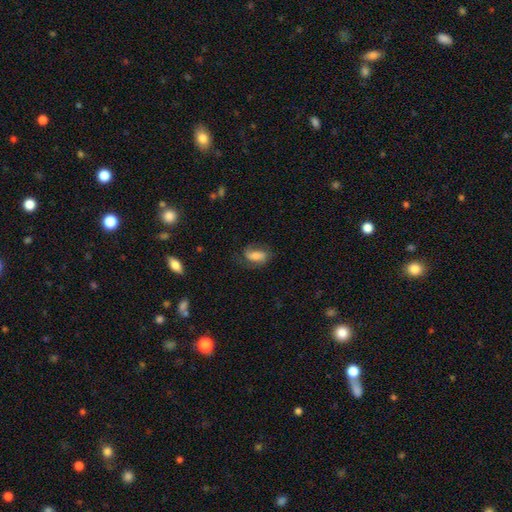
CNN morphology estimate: Overall: smooth (50%; featured or disk 41%). How rounded: in between (85%). Merging: none (61%; minor disturbance 23%).